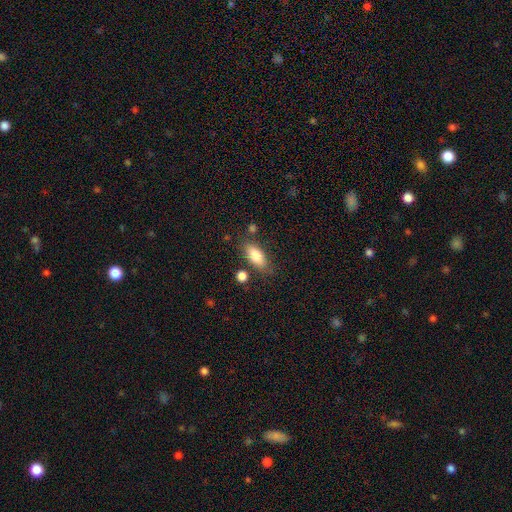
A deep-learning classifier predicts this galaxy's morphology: smooth-or-featured: smooth: 81% | featured or disk: 12% | star or artifact: 7%
  how-rounded: in between: 85% | cigar-shaped: 11% | round: 4%
  merging: none: 75% | minor disturbance: 15% | merger: 6% | major disturbance: 4%